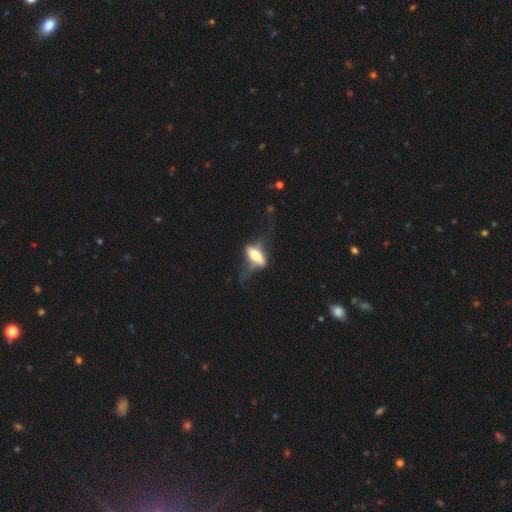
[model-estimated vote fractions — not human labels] Smooth or featured: featured or disk — 50% (smooth — 43%)
Merging: none — 43% (major disturbance — 30%)